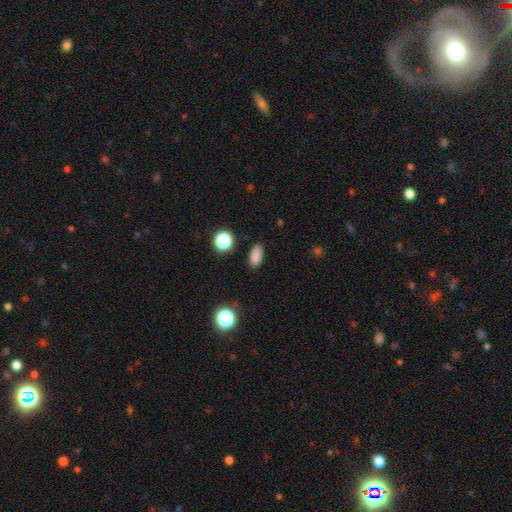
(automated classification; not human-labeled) Q: Smooth or featured?
A: smooth (83%); runner-up: star or artifact (13%)
Q: How rounded?
A: in between (87%); runner-up: round (8%)
Q: Merging?
A: none (88%); runner-up: minor disturbance (8%)